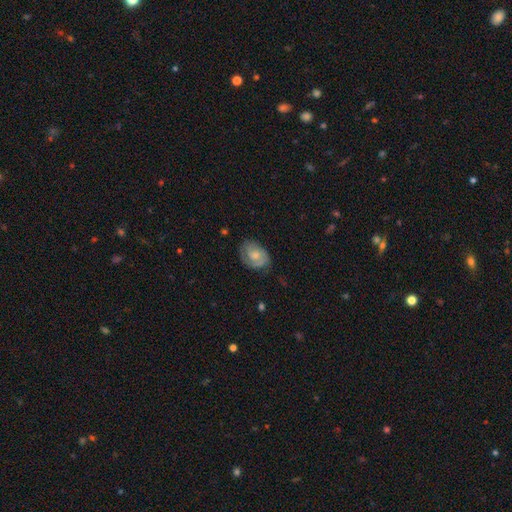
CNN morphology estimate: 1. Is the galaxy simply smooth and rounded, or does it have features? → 60% featured or disk, 33% smooth, 7% star or artifact.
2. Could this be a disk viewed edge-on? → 97% no, 3% yes.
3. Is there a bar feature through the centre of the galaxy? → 70% no, 26% weak, 4% strong.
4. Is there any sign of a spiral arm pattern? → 87% yes, 13% no.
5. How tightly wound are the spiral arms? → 56% tight, 33% medium, 11% loose.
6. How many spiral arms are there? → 51% 2, 22% can't tell, 17% 1, 6% 3, 2% 4, 2% more than 4.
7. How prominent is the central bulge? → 43% small, 42% moderate, 9% none, 5% large, 1% dominant.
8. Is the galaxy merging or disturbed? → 66% none, 23% minor disturbance, 9% major disturbance, 1% merger.